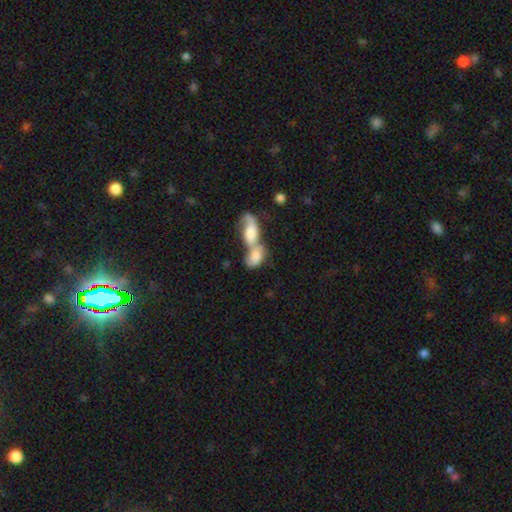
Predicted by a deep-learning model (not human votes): A smooth galaxy with no disk features (59%) that is in between round and cigar-shaped (83%). Merging: merger (82%).